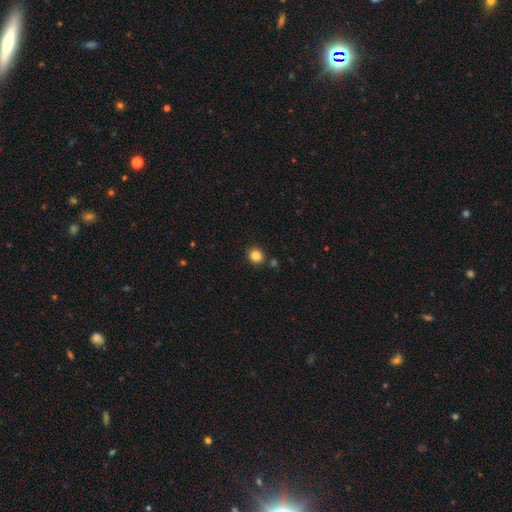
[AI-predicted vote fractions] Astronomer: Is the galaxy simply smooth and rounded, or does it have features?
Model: smooth — 85%.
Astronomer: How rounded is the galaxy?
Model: round — 81%.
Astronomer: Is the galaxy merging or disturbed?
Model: none — 86%.